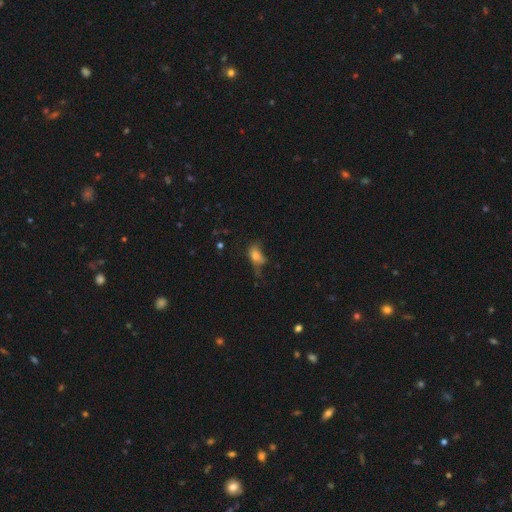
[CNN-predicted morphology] Smooth or featured? Predicted: smooth (p=0.70). How rounded? Predicted: in between (p=0.78). Merging? Predicted: major disturbance (p=0.36).